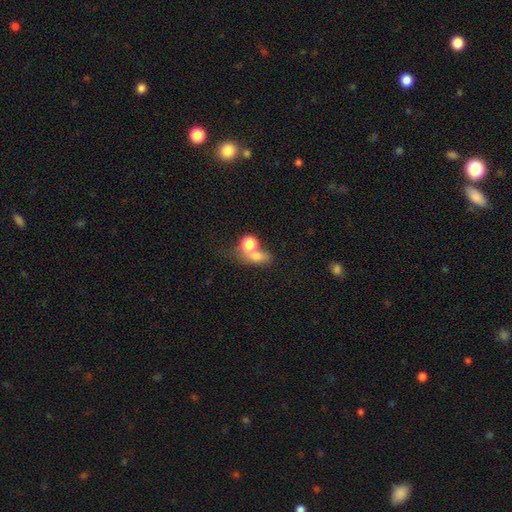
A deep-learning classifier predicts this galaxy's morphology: type=smooth (68%); roundness=in between (51%); merging=merger (45%).